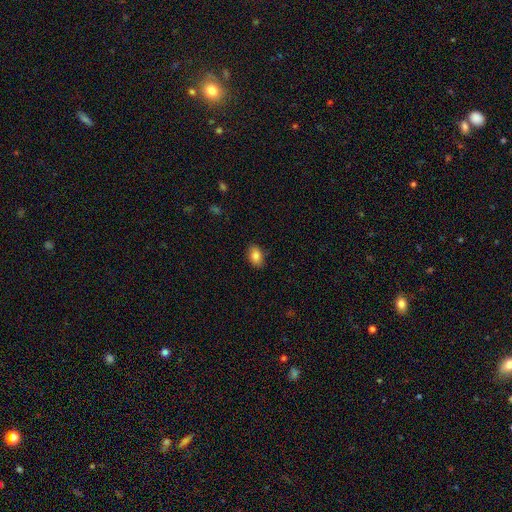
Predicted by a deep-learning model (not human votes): smooth 85%, star or artifact 9%, featured or disk 6%. Down the decision tree: how rounded — in between (85%); merging — none (87%).